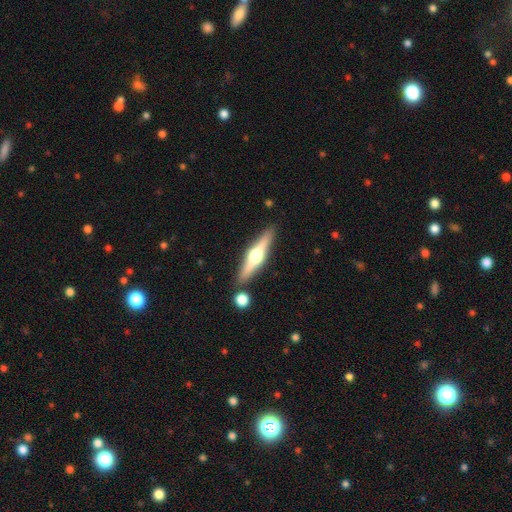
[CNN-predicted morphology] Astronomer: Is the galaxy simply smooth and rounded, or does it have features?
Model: featured or disk — 69%.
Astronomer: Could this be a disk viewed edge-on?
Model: yes — 97%.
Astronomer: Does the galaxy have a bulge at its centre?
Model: rounded — 95%.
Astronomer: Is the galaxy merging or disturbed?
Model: none — 86%.